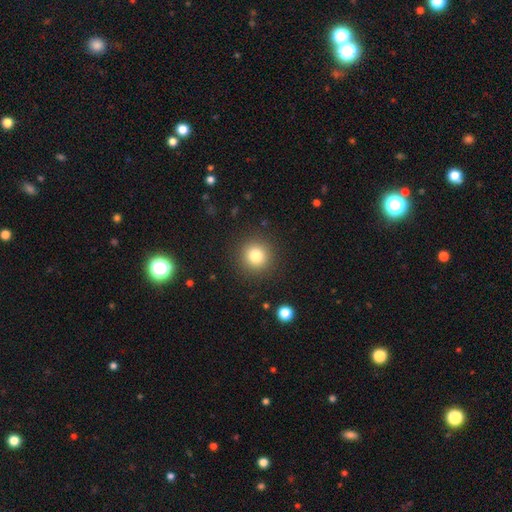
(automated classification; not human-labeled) smooth 80%, star or artifact 12%, featured or disk 8%. Down the decision tree: how rounded — round (94%); merging — none (90%).